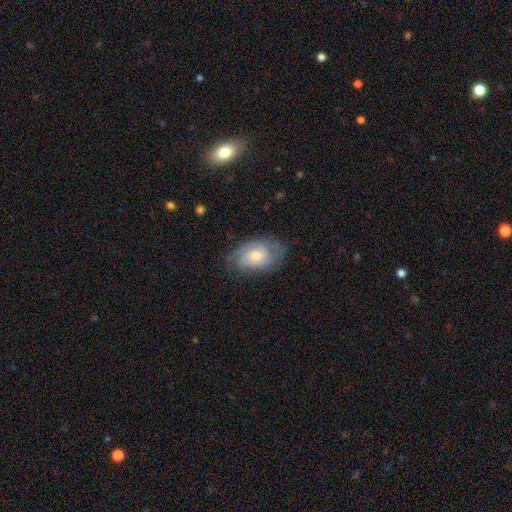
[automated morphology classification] smooth_or_featured: featured or disk (p=0.60) [alt: smooth p=0.33]
disk_edge_on: no (p=0.95) [alt: yes p=0.05]
bar: no (p=0.74) [alt: weak p=0.22]
has_spiral_arms: yes (p=0.83) [alt: no p=0.17]
bulge_size: moderate (p=0.54) [alt: small p=0.39]
merging: none (p=0.70) [alt: minor disturbance p=0.21]